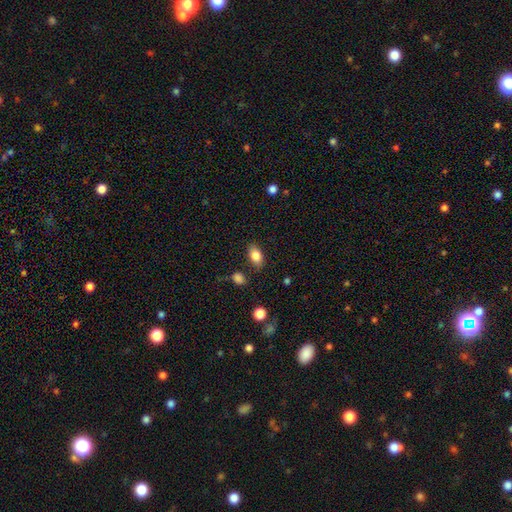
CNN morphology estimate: smooth_or_featured: smooth (p=0.83) [alt: featured or disk p=0.09]
how_rounded: in between (p=0.87) [alt: round p=0.10]
merging: none (p=0.81) [alt: minor disturbance p=0.13]